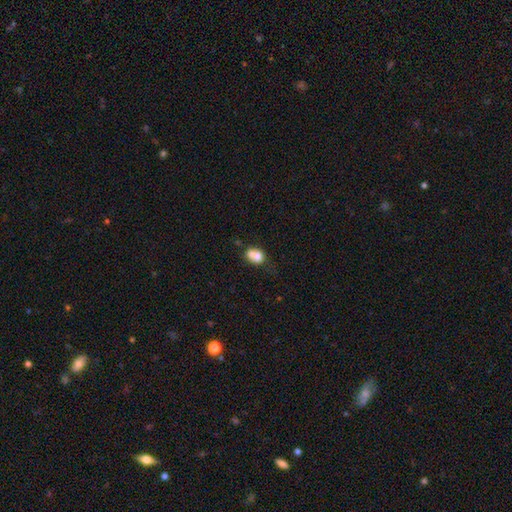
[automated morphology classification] type=smooth (70%); roundness=round (51%); merging=merger (56%).